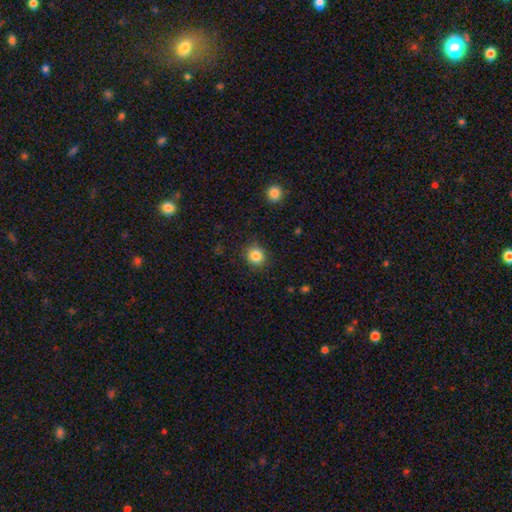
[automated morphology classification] This is clearly a smooth galaxy (84%). How rounded: clearly round (87%). Merging: clearly none (89%).